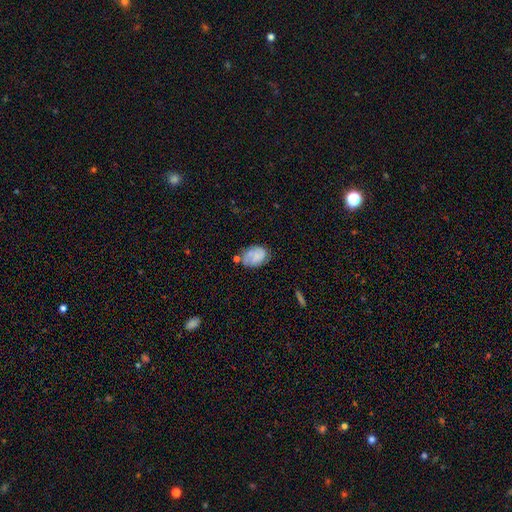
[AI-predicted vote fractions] Overall: smooth (55%; featured or disk 36%). How rounded: in between (81%). Merging: none (61%; minor disturbance 25%).